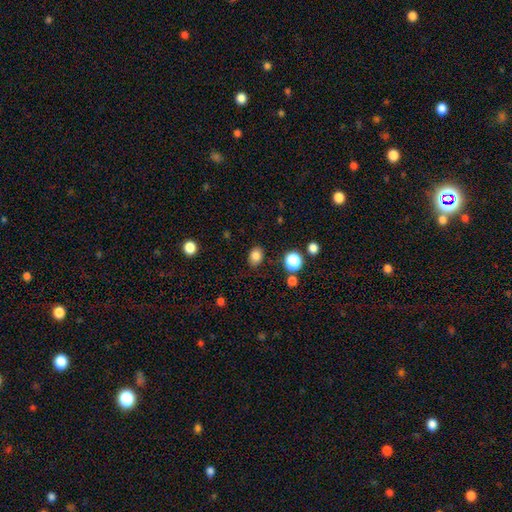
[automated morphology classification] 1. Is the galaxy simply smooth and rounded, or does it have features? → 83% smooth, 11% star or artifact, 5% featured or disk.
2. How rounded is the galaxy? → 58% in between, 41% round, 1% cigar-shaped.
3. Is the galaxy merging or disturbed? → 85% none, 11% minor disturbance, 3% major disturbance, 2% merger.